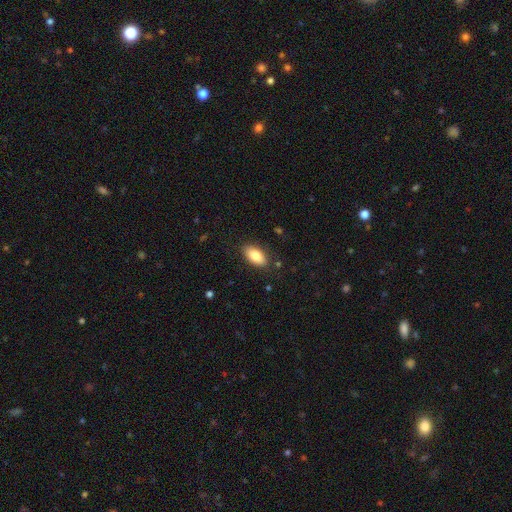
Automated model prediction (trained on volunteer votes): This is clearly a smooth galaxy (82%). How rounded: clearly in between (91%). Merging: clearly none (86%).